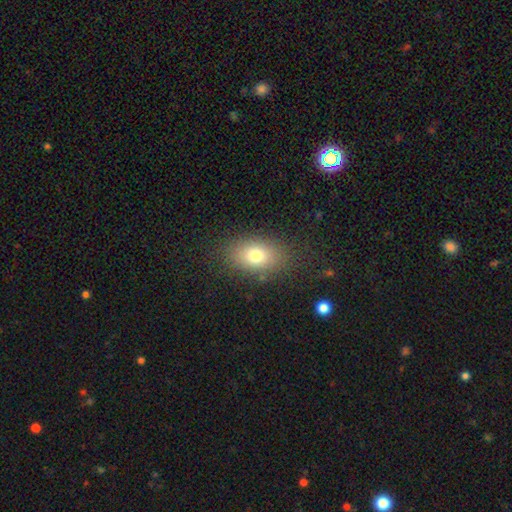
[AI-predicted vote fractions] Overall: smooth (77%). How rounded: in between (83%). Merging: none (82%).